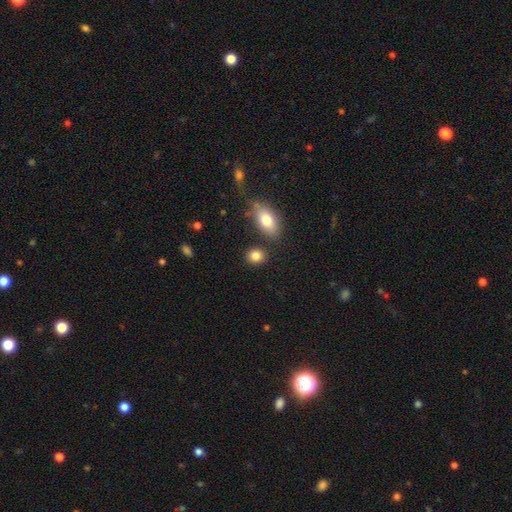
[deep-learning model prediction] This appears to be a smooth galaxy with no disk features (85%) that is round (61%). Merging: none (81%).